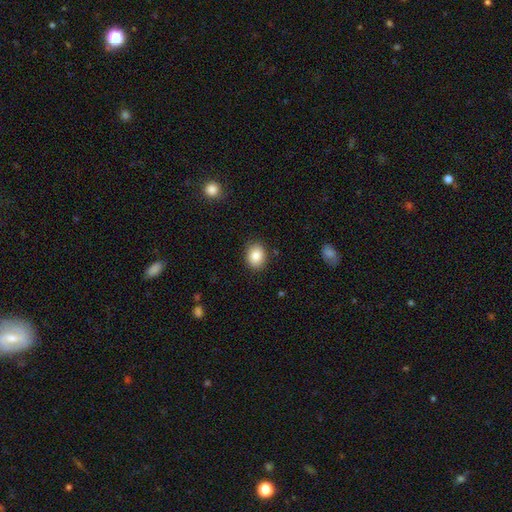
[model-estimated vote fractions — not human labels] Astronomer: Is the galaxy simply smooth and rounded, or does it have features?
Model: smooth — 85%.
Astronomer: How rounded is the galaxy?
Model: in between — 54% (runner-up: round, 45%).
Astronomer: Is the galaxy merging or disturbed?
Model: none — 88%.